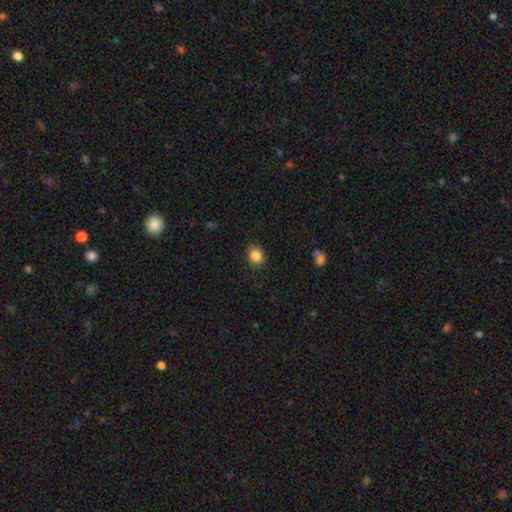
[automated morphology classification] The model was most divided on "how rounded": round: 62%, in between: 38%, cigar-shaped: 1%. More confident: merging — none (86%); smooth or featured — smooth (86%).